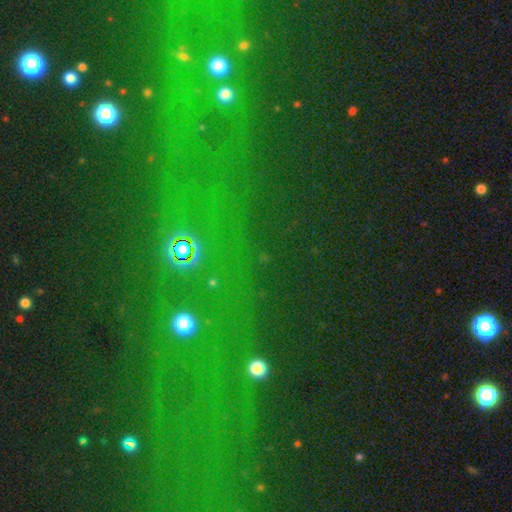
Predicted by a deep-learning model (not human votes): Overall: star or artifact (74%).